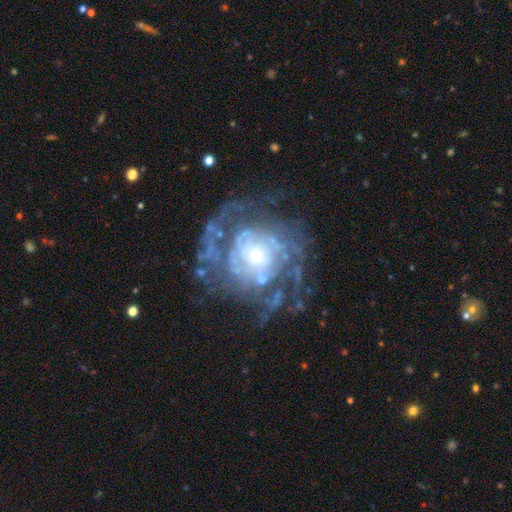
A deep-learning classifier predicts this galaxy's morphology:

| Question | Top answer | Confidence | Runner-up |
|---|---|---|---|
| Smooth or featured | featured or disk | 84% | smooth (9%) |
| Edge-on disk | no | 97% | yes (3%) |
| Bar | no | 76% | weak (18%) |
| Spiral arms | yes | 86% | no (14%) |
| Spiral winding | tight | 59% | medium (28%) |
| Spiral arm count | can't tell | 41% | 2 (16%) |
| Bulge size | small | 63% | moderate (26%) |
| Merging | none | 60% | major disturbance (21%) |